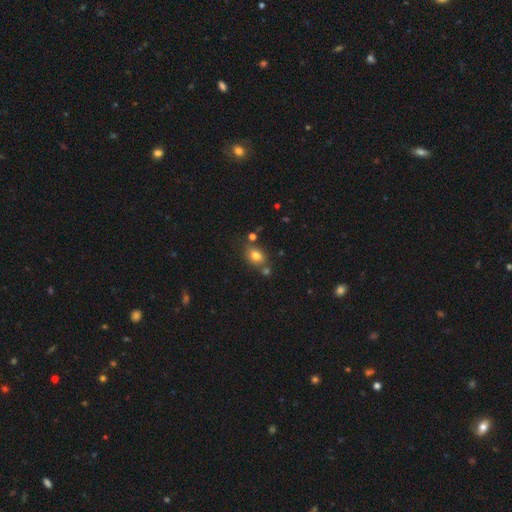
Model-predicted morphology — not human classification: A smooth galaxy with no disk features (77%) that is in between round and cigar-shaped (64%).

Vote fractions:
- Smooth or featured? smooth: 77% / star or artifact: 12% / featured or disk: 11%
- How rounded? in between: 64% / round: 35% / cigar-shaped: 1%
- Merging? none: 68% / merger: 14% / minor disturbance: 14% / major disturbance: 4%